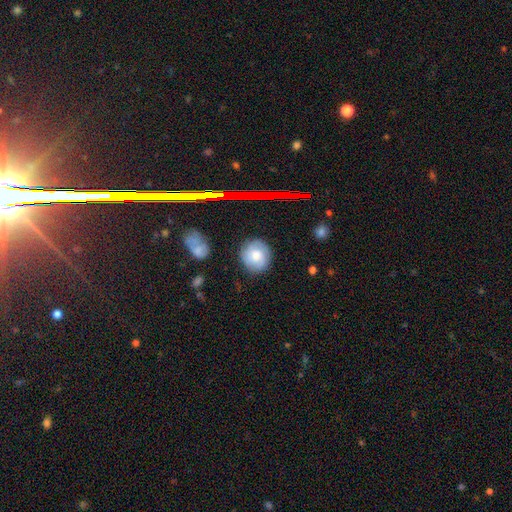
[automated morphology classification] smooth 62%, featured or disk 29%, star or artifact 9%. Down the decision tree: how rounded — round (78%); merging — none (82%).